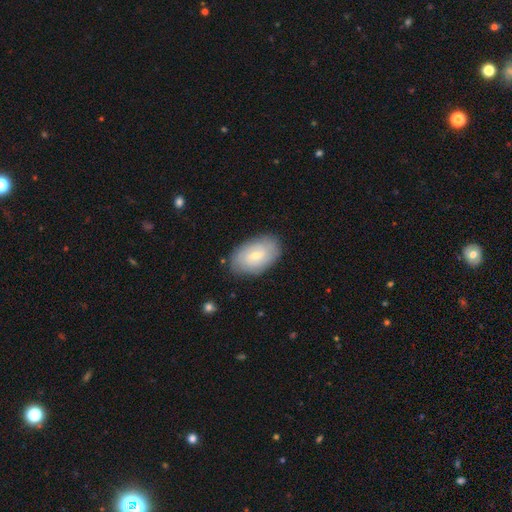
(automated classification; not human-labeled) This appears to be a smooth galaxy with no disk features (49%). Merging: none (83%).